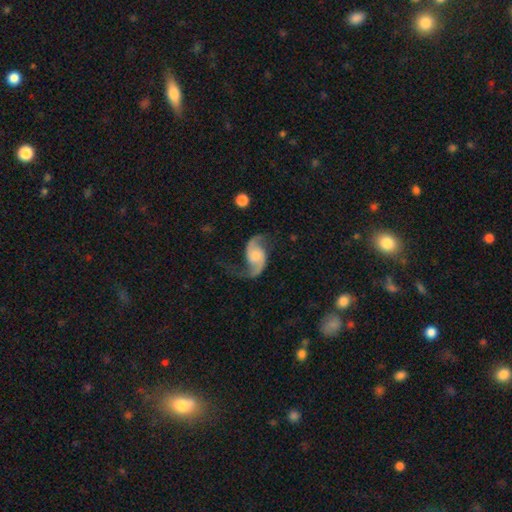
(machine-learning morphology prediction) This is clearly a featured or disk galaxy (89%). It is clearly not viewed edge-on (97%). Bar: likely no (63%). Spiral arm pattern: clearly yes (97%). Spiral arm count: clearly 2 (93%). Spiral winding: likely loose (73%). Central bulge: marginally small (31%, tied with moderate). Merging: likely none (68%).